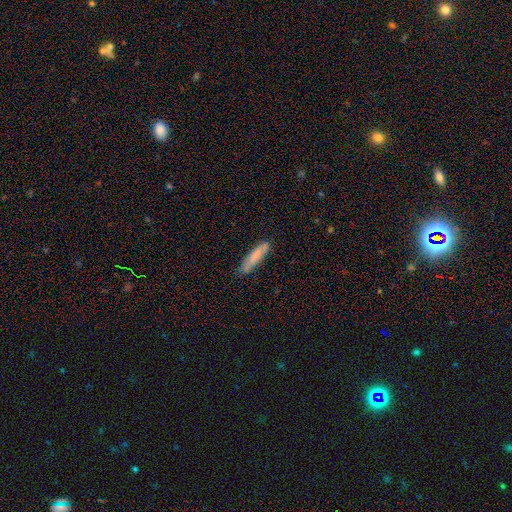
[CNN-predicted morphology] smooth_or_featured: smooth (p=0.80) [alt: featured or disk p=0.14]
how_rounded: cigar-shaped (p=0.82) [alt: in between p=0.17]
merging: none (p=0.81) [alt: minor disturbance p=0.15]